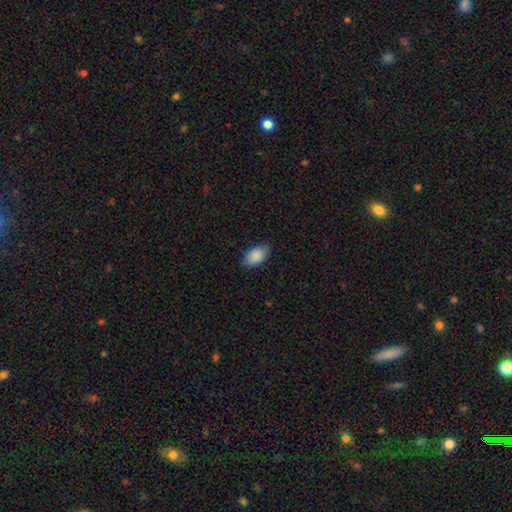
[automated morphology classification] A smooth galaxy with no disk features (88%) that is in between round and cigar-shaped (93%).

Vote fractions:
- Smooth or featured? smooth: 88% / star or artifact: 6% / featured or disk: 5%
- How rounded? in between: 93% / round: 5% / cigar-shaped: 2%
- Merging? none: 80% / minor disturbance: 16% / major disturbance: 3% / merger: 1%